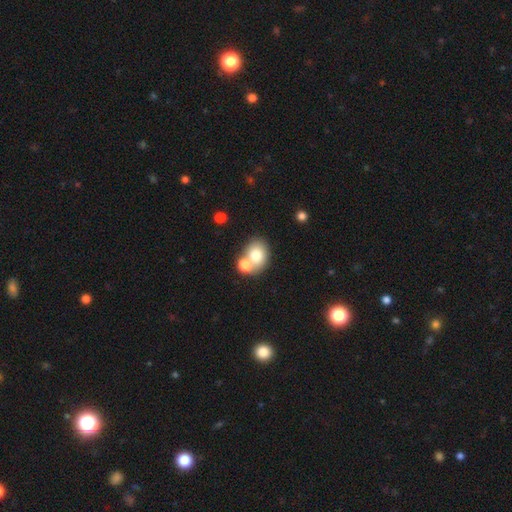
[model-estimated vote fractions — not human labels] Smooth or featured: smooth — 75% (featured or disk — 16%)
How rounded: in between — 53% (round — 46%)
Merging: none — 45% (merger — 43%)